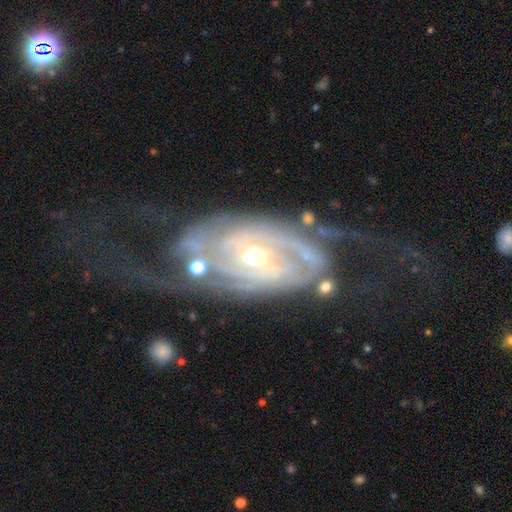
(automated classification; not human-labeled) A featured or disk galaxy (90%) with no bar (55%), 2 (53%) tight (55%) spiral arms (96%) and a moderate central bulge (58%).

Vote fractions:
- Smooth or featured? featured or disk: 90% / star or artifact: 5% / smooth: 5%
- Edge-on disk? no: 95% / yes: 5%
- Bar? no: 55% / weak: 28% / strong: 16%
- Spiral arms? yes: 96% / no: 4%
- Spiral winding? tight: 55% / medium: 32% / loose: 14%
- Spiral arm count? 2: 53% / can't tell: 19% / 3: 12% / 4: 6% / 1: 5% / more than 4: 5%
- Bulge size? moderate: 58% / small: 37% / large: 3% / dominant: 1% / none: 1%
- Merging? none: 47% / major disturbance: 31% / minor disturbance: 17% / merger: 5%